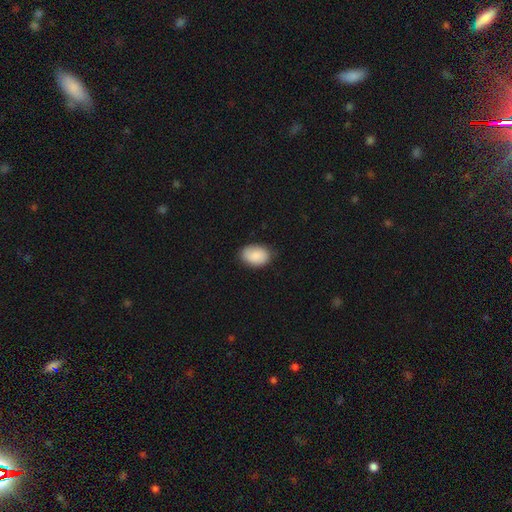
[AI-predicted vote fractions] A smooth galaxy with no disk features (88%) that is in between round and cigar-shaped (84%).

Vote fractions:
- Smooth or featured? smooth: 88% / featured or disk: 6% / star or artifact: 6%
- How rounded? in between: 84% / round: 15% / cigar-shaped: 1%
- Merging? none: 82% / minor disturbance: 14% / major disturbance: 3% / merger: 1%